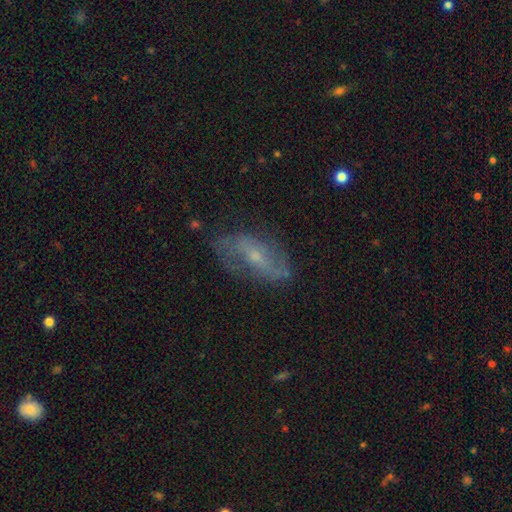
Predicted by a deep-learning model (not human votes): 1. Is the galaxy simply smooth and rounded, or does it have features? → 69% featured or disk, 23% smooth, 9% star or artifact.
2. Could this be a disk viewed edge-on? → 90% no, 10% yes.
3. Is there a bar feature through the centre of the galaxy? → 45% no, 39% weak, 16% strong.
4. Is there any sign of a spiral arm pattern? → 80% yes, 20% no.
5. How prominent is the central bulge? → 65% small, 29% moderate, 4% none, 2% large, 1% dominant.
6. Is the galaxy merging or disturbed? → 66% none, 22% minor disturbance, 10% major disturbance, 2% merger.